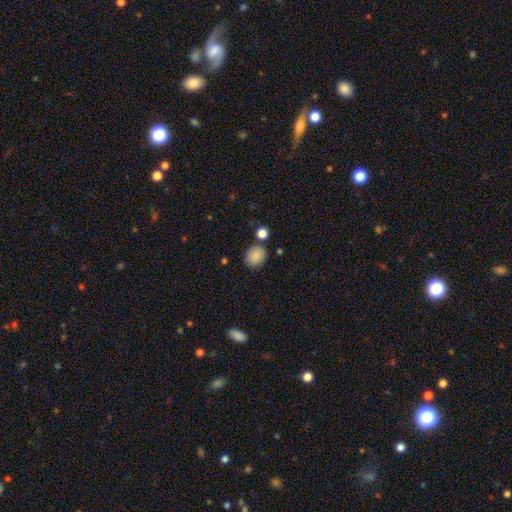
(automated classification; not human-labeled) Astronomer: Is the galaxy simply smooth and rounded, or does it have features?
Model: smooth — 87%.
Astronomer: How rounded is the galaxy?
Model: round — 65%.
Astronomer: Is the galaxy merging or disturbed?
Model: none — 79%.